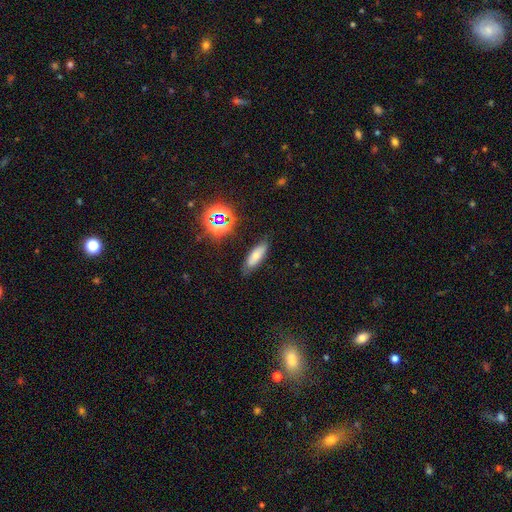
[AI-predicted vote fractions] Smooth or featured? smooth (63%)
How rounded? in between (58%)
Merging? none (77%)